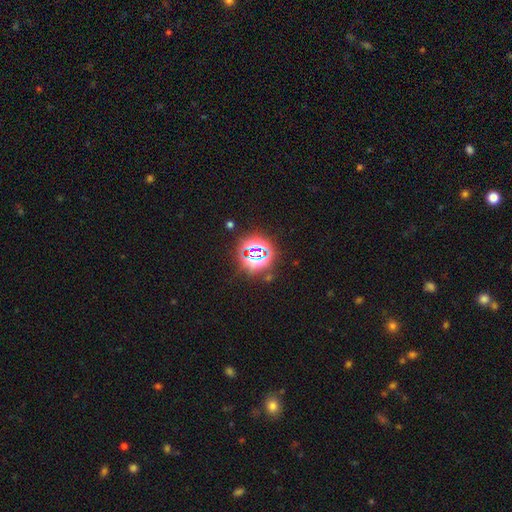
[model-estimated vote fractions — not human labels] Smooth or featured: star or artifact — 73% (smooth — 16%)